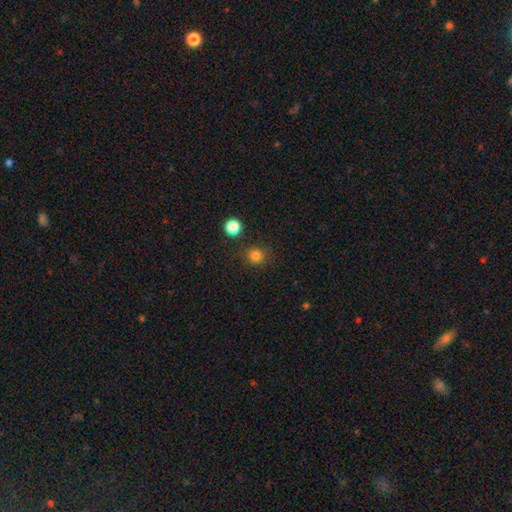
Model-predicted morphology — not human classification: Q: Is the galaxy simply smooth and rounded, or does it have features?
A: smooth — 81%.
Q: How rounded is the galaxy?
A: round — 91%.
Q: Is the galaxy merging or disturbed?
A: none — 83%.